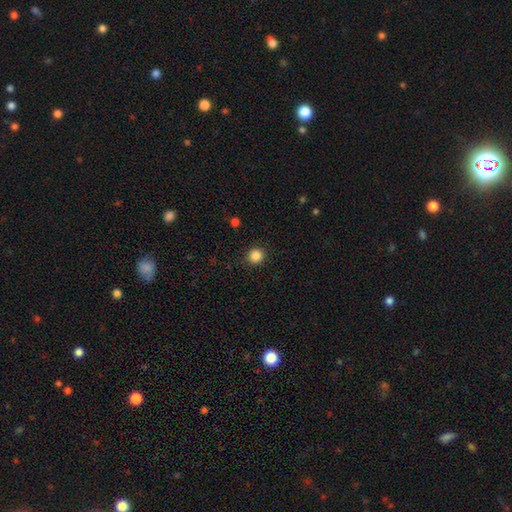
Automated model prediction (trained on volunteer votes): Smooth or featured? Predicted: smooth (p=0.86). How rounded? Predicted: round (p=0.92). Merging? Predicted: none (p=0.91).